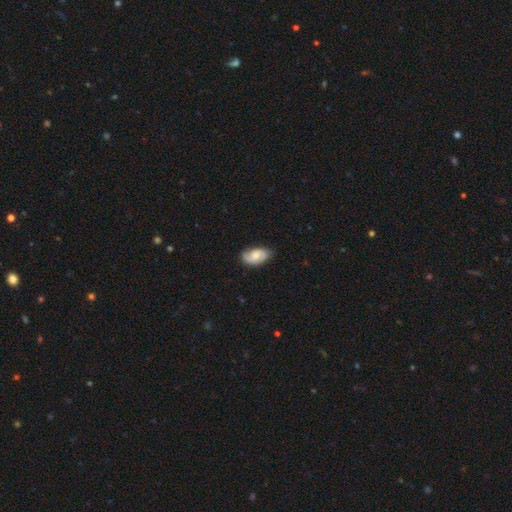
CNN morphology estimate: smooth_or_featured: featured or disk (p=0.61) [alt: smooth p=0.32]
disk_edge_on: no (p=0.96) [alt: yes p=0.04]
bar: no (p=0.58) [alt: weak p=0.36]
has_spiral_arms: yes (p=0.93) [alt: no p=0.07]
spiral_winding: medium (p=0.44) [alt: tight p=0.30]
spiral_arm_count: 2 (p=0.82) [alt: can't tell p=0.08]
bulge_size: moderate (p=0.50) [alt: small p=0.33]
merging: none (p=0.76) [alt: minor disturbance p=0.19]